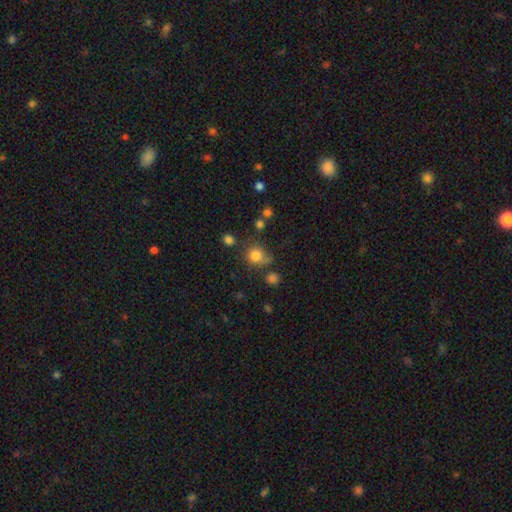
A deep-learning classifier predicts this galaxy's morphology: smooth-or-featured: smooth: 80% | star or artifact: 13% | featured or disk: 7%
  how-rounded: round: 80% | in between: 19% | cigar-shaped: 1%
  merging: none: 63% | minor disturbance: 20% | merger: 9% | major disturbance: 8%